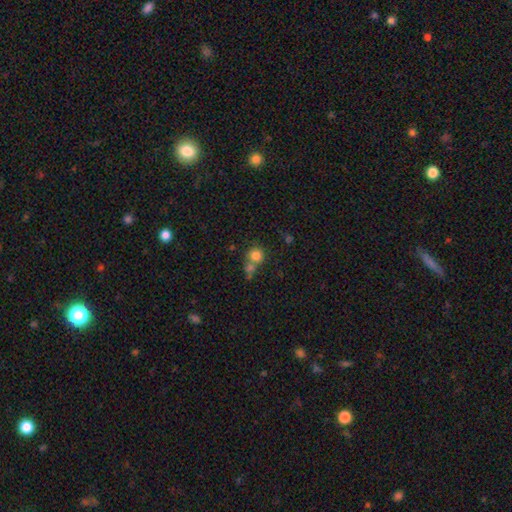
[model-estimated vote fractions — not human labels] Smooth or featured: smooth — 79% (star or artifact — 12%)
How rounded: round — 87% (in between — 12%)
Merging: none — 48% (merger — 38%)